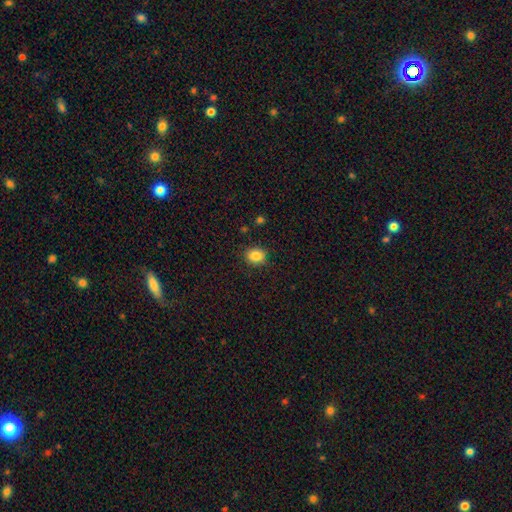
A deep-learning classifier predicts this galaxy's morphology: A smooth galaxy with no disk features (85%) that is round (63%). Merging: none (87%).